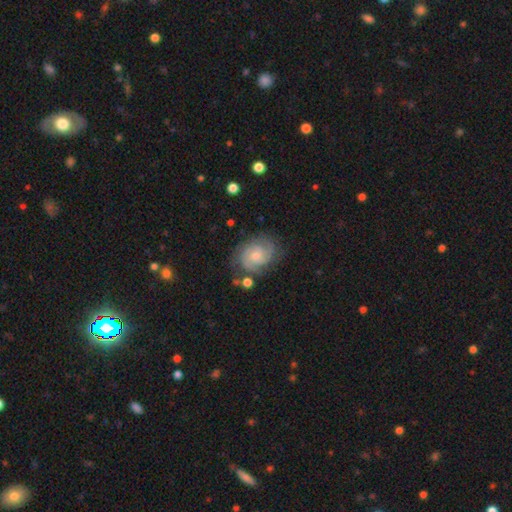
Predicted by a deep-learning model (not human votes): Q: Smooth or featured?
A: featured or disk (84%); runner-up: smooth (11%)
Q: Edge-on disk?
A: no (98%); runner-up: yes (2%)
Q: Bar?
A: no (67%); runner-up: weak (29%)
Q: Spiral arms?
A: yes (97%); runner-up: no (3%)
Q: Spiral winding?
A: tight (64%); runner-up: medium (30%)
Q: Spiral arm count?
A: 2 (52%); runner-up: 3 (22%)
Q: Bulge size?
A: small (58%); runner-up: moderate (37%)
Q: Merging?
A: none (74%); runner-up: minor disturbance (17%)